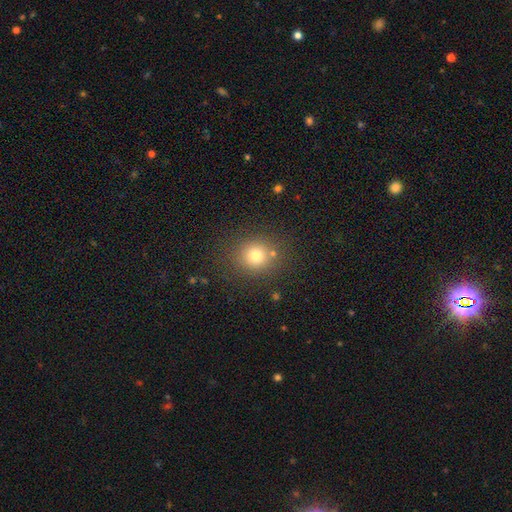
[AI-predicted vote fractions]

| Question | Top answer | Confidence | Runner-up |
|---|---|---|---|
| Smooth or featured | smooth | 75% | star or artifact (16%) |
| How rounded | round | 87% | in between (13%) |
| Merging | none | 81% | minor disturbance (9%) |